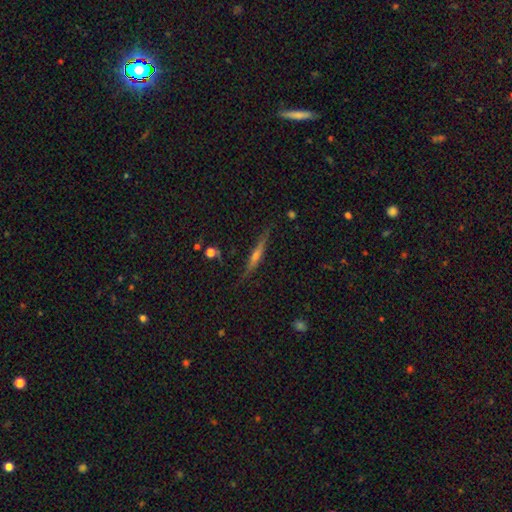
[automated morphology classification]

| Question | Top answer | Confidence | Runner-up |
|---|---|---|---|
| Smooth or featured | featured or disk | 65% | smooth (26%) |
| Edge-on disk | yes | 97% | no (3%) |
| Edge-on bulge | rounded | 67% | none (24%) |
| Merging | none | 85% | minor disturbance (11%) |